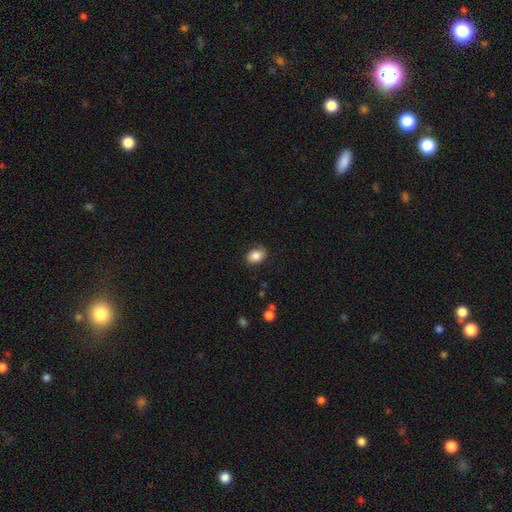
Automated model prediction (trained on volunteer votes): The model was most divided on "how rounded": in between: 71%, round: 28%, cigar-shaped: 1%. More confident: smooth or featured — smooth (85%); merging — none (80%).